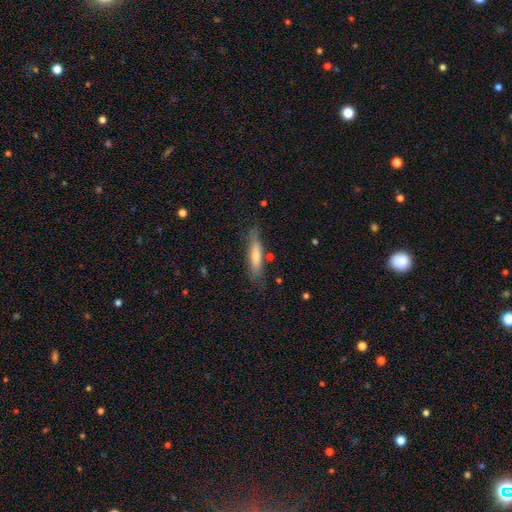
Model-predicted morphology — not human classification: This appears to be a smooth galaxy with no disk features (54%) that is cigar-shaped (79%). Merging: none (75%).